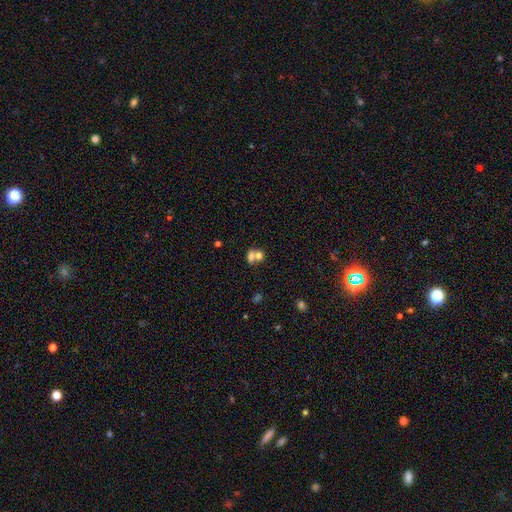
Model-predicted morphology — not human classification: type=smooth (71%); roundness=round (52%); merging=merger (62%).